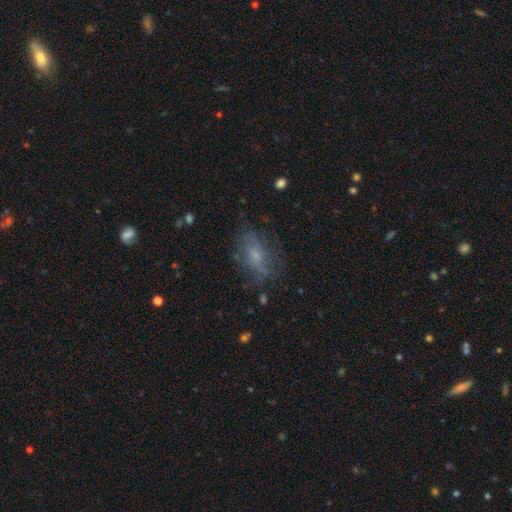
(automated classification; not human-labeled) This is possibly a smooth galaxy (51%). How rounded: clearly in between (81%). Merging: likely none (61%).